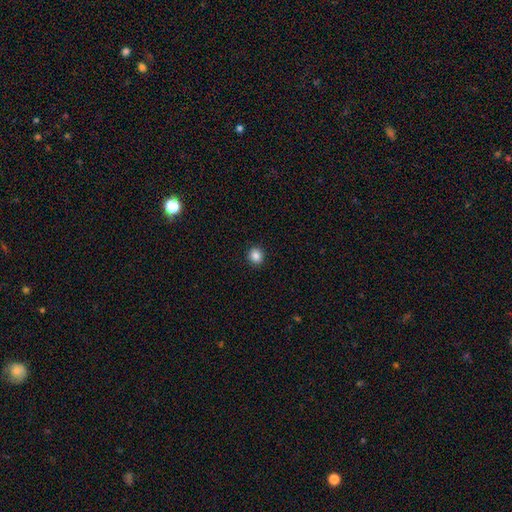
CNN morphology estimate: A smooth galaxy with no disk features (86%) that is round (80%). Merging: none (92%).